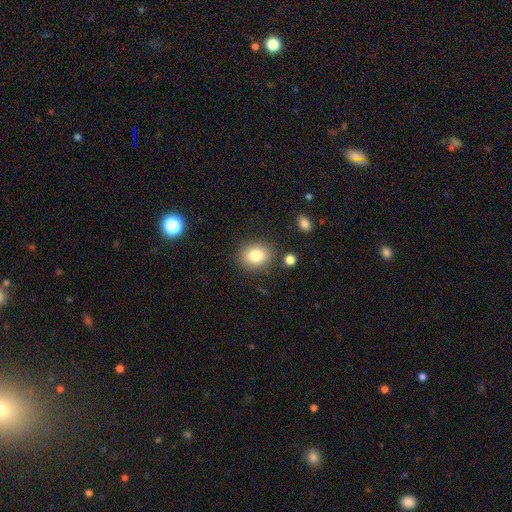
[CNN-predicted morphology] Smooth or featured?
  - smooth: 82% *
  - star or artifact: 10%
  - featured or disk: 8%
How rounded?
  - round: 52% *
  - in between: 47%
  - cigar-shaped: 1%
Merging?
  - none: 84% *
  - minor disturbance: 10%
  - merger: 3%
  - major disturbance: 3%